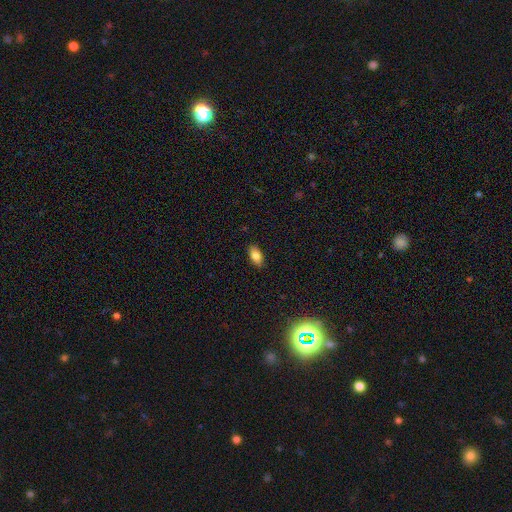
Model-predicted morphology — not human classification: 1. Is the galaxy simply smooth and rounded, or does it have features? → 82% smooth, 10% featured or disk, 8% star or artifact.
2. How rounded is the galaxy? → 90% in between, 6% cigar-shaped, 4% round.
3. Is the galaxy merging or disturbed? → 88% none, 9% minor disturbance, 2% major disturbance, 1% merger.